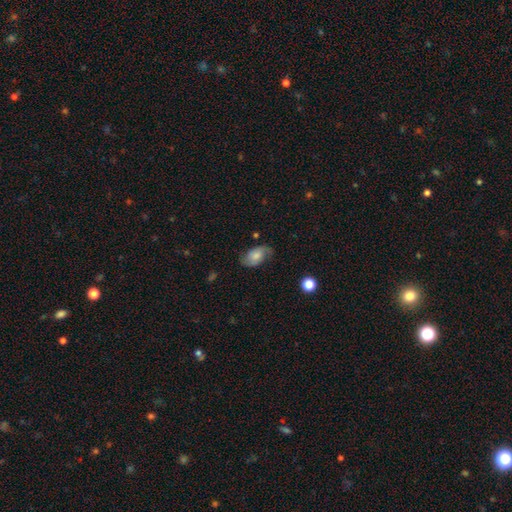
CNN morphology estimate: Smooth or featured? Predicted: featured or disk (p=0.51). Edge-on disk? Predicted: no (p=0.95). Merging? Predicted: none (p=0.69).